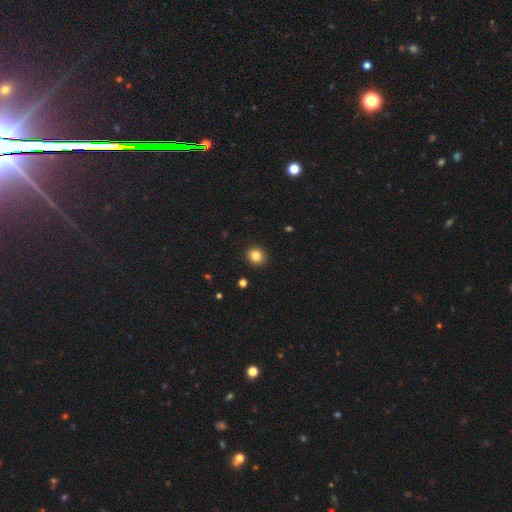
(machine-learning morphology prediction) A smooth galaxy with no disk features (84%) that is round (85%).

Vote fractions:
- Smooth or featured? smooth: 84% / star or artifact: 11% / featured or disk: 5%
- How rounded? round: 85% / in between: 14% / cigar-shaped: 1%
- Merging? none: 92% / minor disturbance: 5% / major disturbance: 2% / merger: 1%